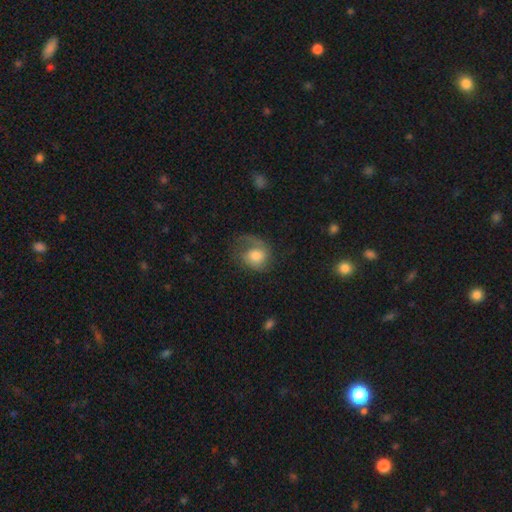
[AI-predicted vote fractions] Smooth or featured: smooth — 48% (featured or disk — 44%)
Merging: none — 41% (major disturbance — 33%)